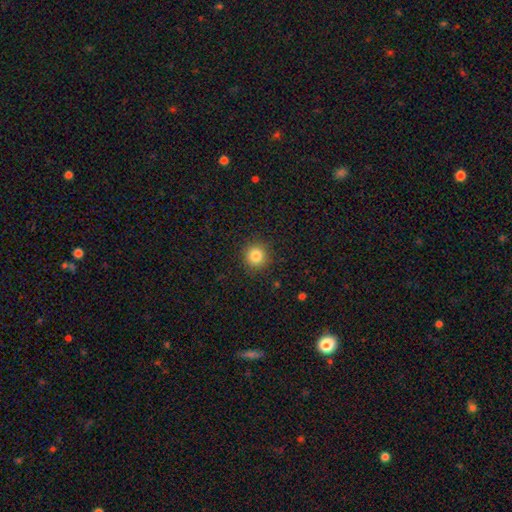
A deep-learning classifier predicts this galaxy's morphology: Smooth or featured?
  - smooth: 84% *
  - star or artifact: 11%
  - featured or disk: 5%
How rounded?
  - round: 93% *
  - in between: 6%
  - cigar-shaped: 1%
Merging?
  - none: 91% *
  - minor disturbance: 6%
  - major disturbance: 2%
  - merger: 1%